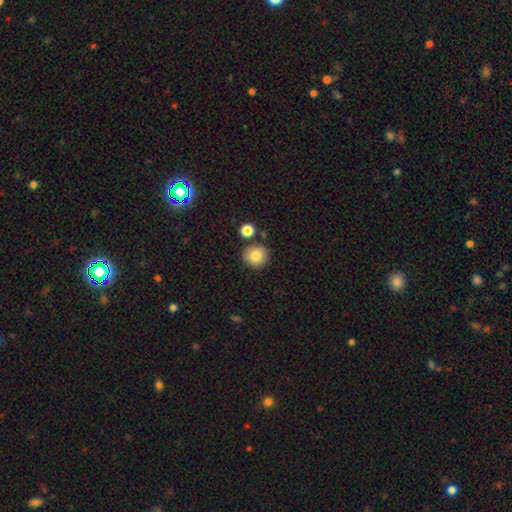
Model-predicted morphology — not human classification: The model was most divided on "smooth or featured": smooth: 83%, star or artifact: 10%, featured or disk: 7%. More confident: how rounded — round (91%); merging — none (82%).